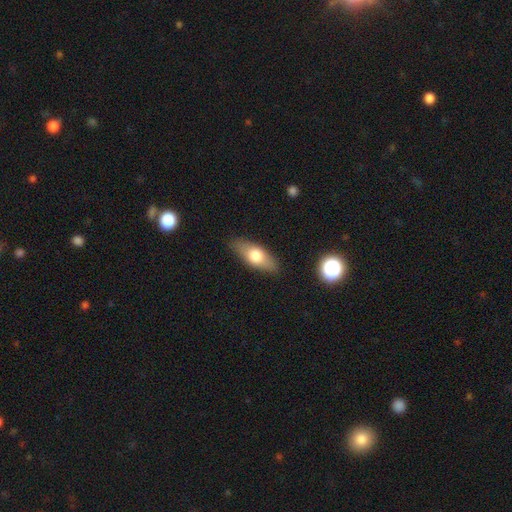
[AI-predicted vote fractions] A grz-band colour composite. It shows a smooth galaxy with no disk features (64%) that is in between round and cigar-shaped (72%). Merging: none (84%).